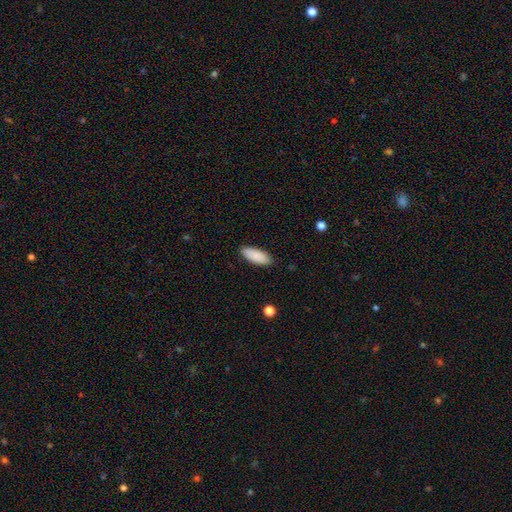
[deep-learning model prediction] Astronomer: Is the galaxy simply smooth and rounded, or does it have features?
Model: smooth — 89%.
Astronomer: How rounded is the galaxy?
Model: in between — 78%.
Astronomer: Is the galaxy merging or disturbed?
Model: none — 87%.